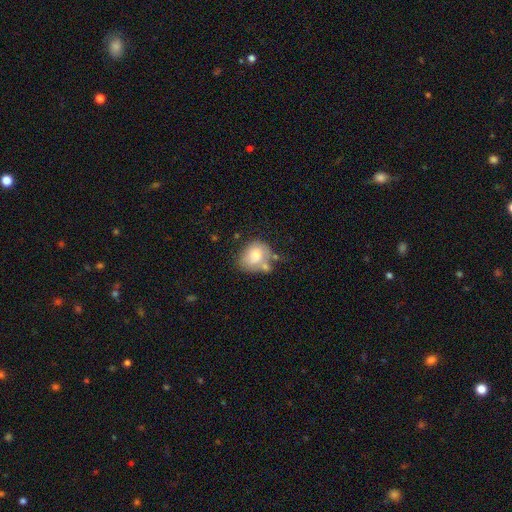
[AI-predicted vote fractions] The model was most divided on "merging": none: 38%, merger: 26%, minor disturbance: 25%, major disturbance: 11%. More confident: smooth or featured — smooth (66%); how rounded — round (56%).